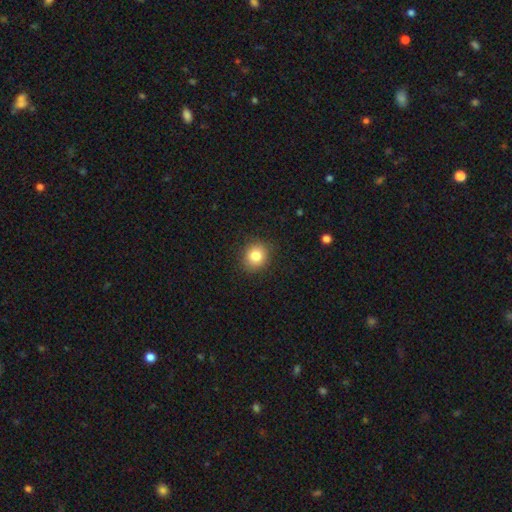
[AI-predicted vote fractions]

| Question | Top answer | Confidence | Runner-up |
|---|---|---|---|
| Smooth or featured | smooth | 82% | star or artifact (11%) |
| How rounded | round | 78% | in between (21%) |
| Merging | none | 88% | minor disturbance (8%) |